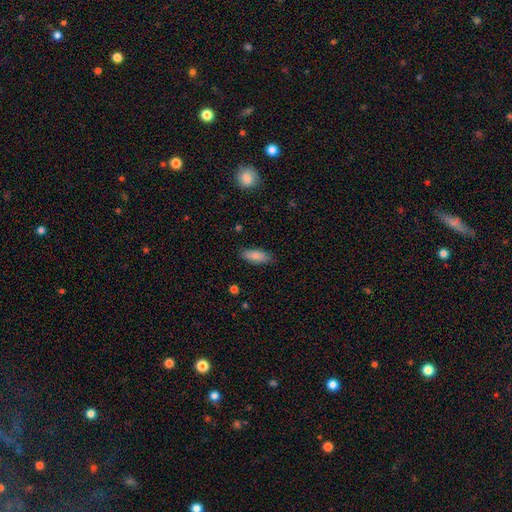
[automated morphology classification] smooth 84%, featured or disk 9%, star or artifact 7%. Down the decision tree: how rounded — in between (76%); merging — none (85%).